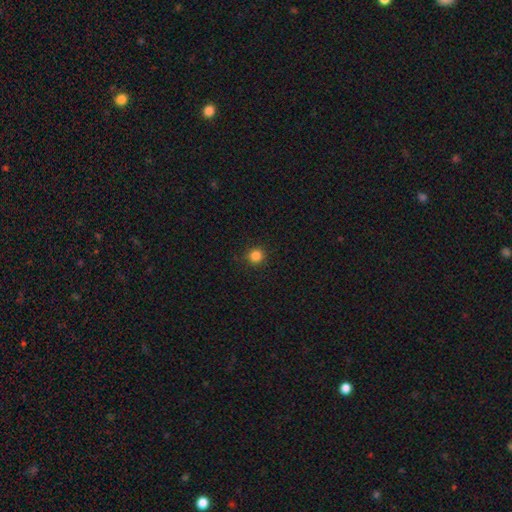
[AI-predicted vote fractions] Smooth or featured? smooth (84%)
How rounded? round (93%)
Merging? none (90%)